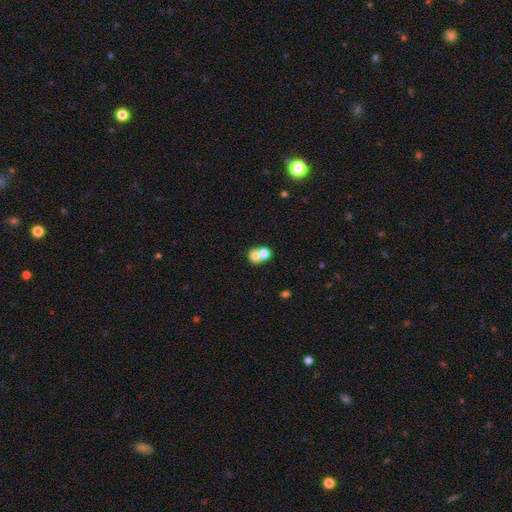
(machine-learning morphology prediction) Overall: smooth (72%). How rounded: round (68%; in between 31%). Merging: merger (59%; none 31%).